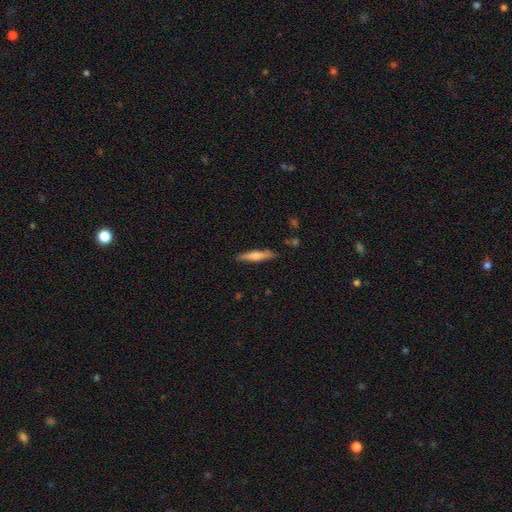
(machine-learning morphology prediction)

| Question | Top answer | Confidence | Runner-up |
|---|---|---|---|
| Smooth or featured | smooth | 63% | featured or disk (31%) |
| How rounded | cigar-shaped | 86% | in between (13%) |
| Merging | none | 85% | minor disturbance (11%) |